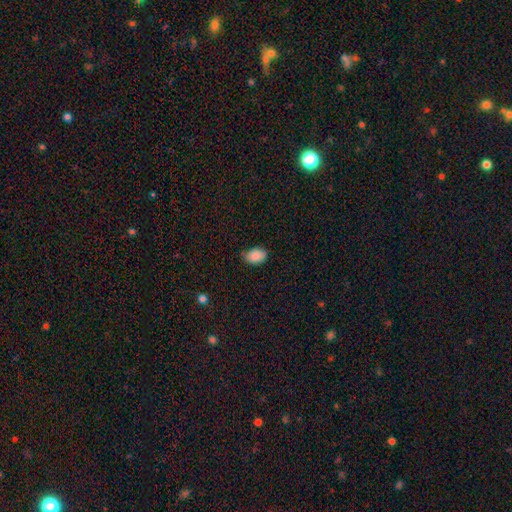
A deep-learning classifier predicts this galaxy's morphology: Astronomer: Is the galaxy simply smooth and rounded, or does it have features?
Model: smooth — 88%.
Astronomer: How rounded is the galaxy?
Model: in between — 85%.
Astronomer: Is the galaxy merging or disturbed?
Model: none — 70%.